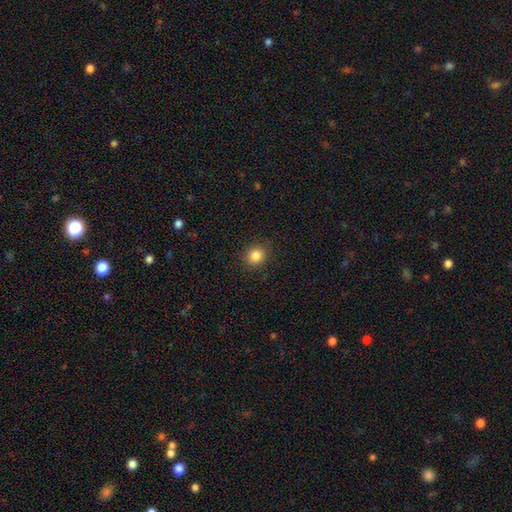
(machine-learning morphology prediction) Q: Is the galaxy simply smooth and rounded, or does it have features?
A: smooth — 85%.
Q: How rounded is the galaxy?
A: round — 85%.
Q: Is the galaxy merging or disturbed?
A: none — 89%.